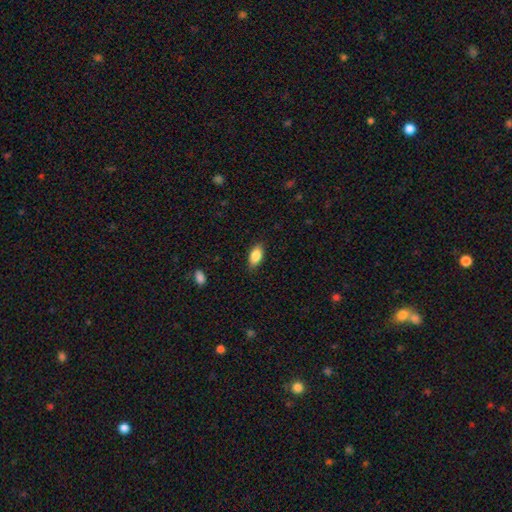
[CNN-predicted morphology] smooth 84%, featured or disk 8%, star or artifact 7%. Down the decision tree: how rounded — in between (90%); merging — none (83%).